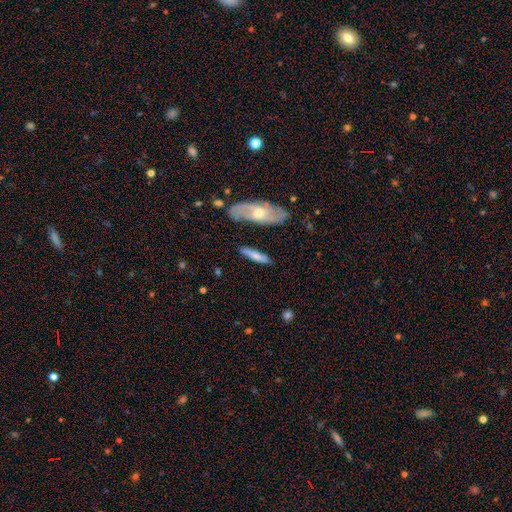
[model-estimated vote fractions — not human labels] Smooth or featured? Predicted: smooth (p=0.60). How rounded? Predicted: cigar-shaped (p=0.79). Merging? Predicted: none (p=0.80).